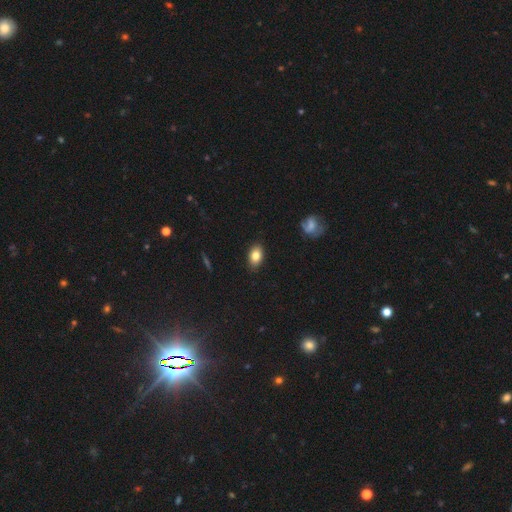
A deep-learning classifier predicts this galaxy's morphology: A smooth galaxy with no disk features (82%) that is in between round and cigar-shaped (87%).

Vote fractions:
- Smooth or featured? smooth: 82% / featured or disk: 10% / star or artifact: 8%
- How rounded? in between: 87% / round: 11% / cigar-shaped: 2%
- Merging? none: 86% / minor disturbance: 11% / major disturbance: 2% / merger: 1%